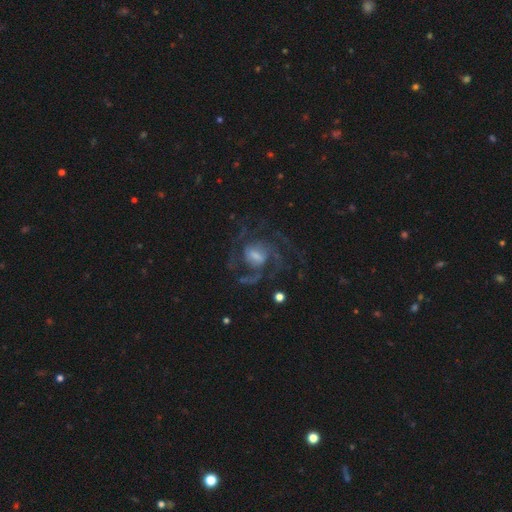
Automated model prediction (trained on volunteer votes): The model was most divided on "spiral arm count": 3: 30%, can't tell: 23%, 2: 21%, 4: 12%, 1: 7%, more than 4: 7%. Remaining: edge-on disk — no (97%); spiral arms — yes (94%); smooth or featured — featured or disk (84%); merging — none (59%); spiral winding — medium (51%); bar — weak (50%); bulge size — moderate (42%).